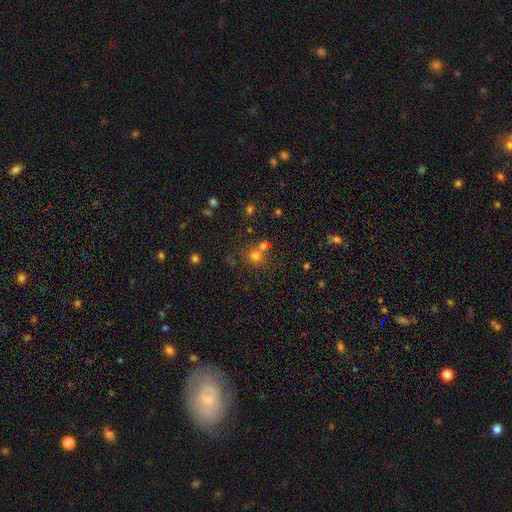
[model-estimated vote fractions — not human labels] The model was most divided on "merging": none: 58%, merger: 30%, minor disturbance: 8%, major disturbance: 4%. More confident: how rounded — round (87%); smooth or featured — smooth (70%).